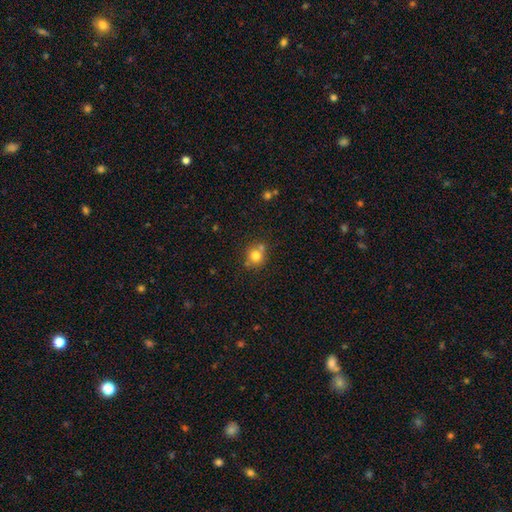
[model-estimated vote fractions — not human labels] smooth_or_featured: smooth (p=0.77) [alt: star or artifact p=0.12]
how_rounded: round (p=0.85) [alt: in between p=0.14]
merging: none (p=0.61) [alt: merger p=0.23]